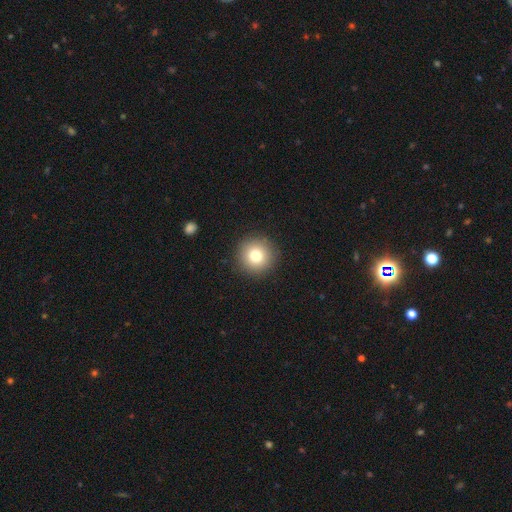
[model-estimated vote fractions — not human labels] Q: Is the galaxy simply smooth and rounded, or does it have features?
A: smooth — 79%.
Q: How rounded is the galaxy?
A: round — 95%.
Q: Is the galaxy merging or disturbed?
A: none — 91%.